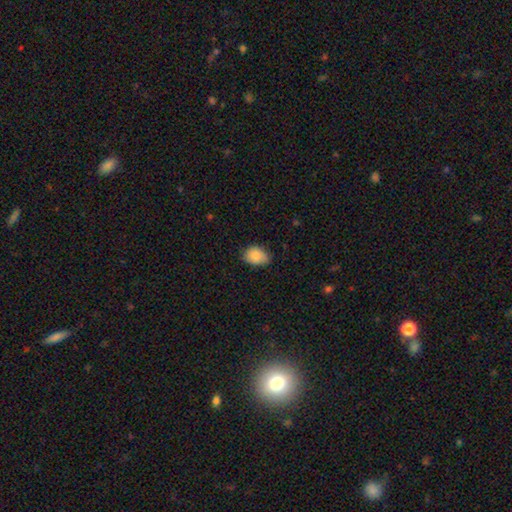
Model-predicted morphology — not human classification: A smooth galaxy with no disk features (87%) that is in between round and cigar-shaped (72%). Merging: none (71%).